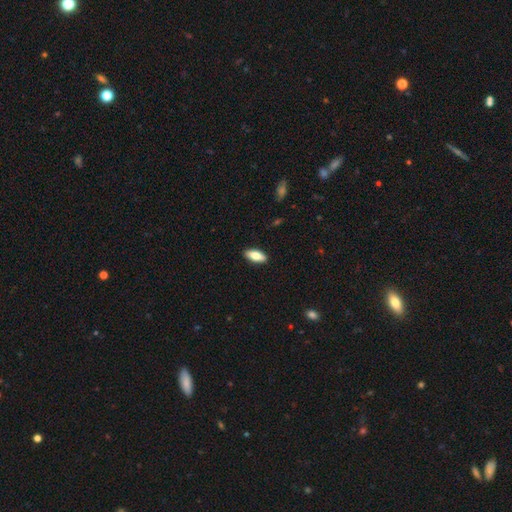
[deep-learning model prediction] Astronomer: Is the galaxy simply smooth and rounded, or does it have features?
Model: smooth — 78%.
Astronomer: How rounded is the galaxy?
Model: in between — 81%.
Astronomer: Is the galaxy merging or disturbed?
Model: none — 89%.